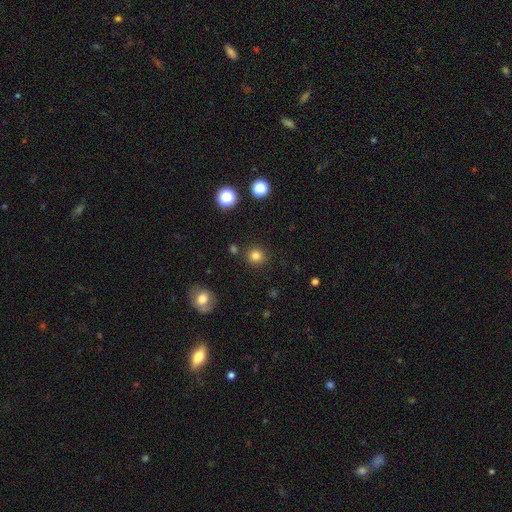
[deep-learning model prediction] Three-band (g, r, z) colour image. It shows a smooth galaxy with no disk features (81%) that is round (91%). Merging: none (87%).